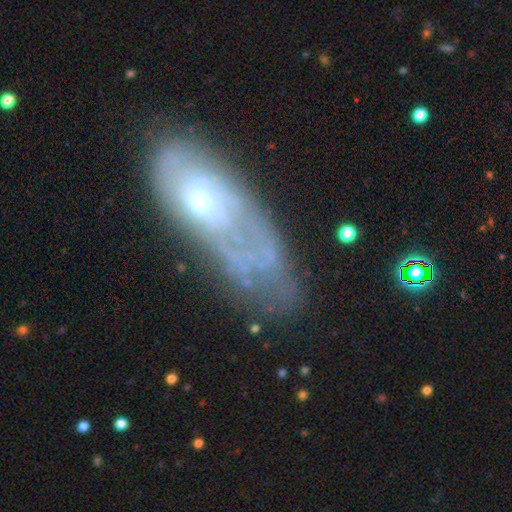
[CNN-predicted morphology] Smooth or featured? featured or disk (60%)
Edge-on disk? no (83%)
Merging? none (46%)